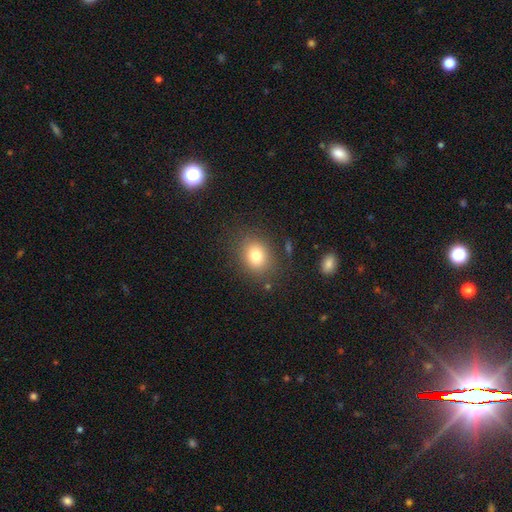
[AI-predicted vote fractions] Morphology: type=smooth (80%); roundness=round (56%); merging=none (82%).